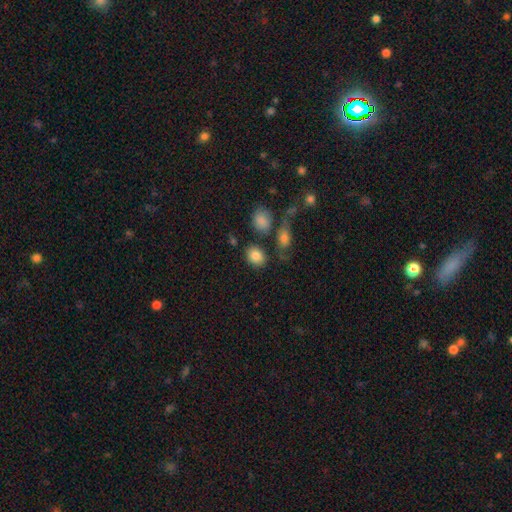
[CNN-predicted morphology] Overall: smooth (84%). How rounded: in between (55%; round 44%). Merging: none (75%).